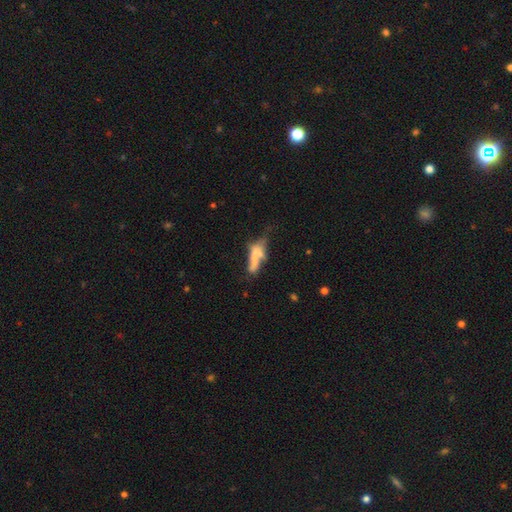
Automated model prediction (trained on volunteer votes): Overall: smooth (50%; featured or disk 38%). How rounded: cigar-shaped (52%; in between 44%). Merging: merger (34%; major disturbance 26%).